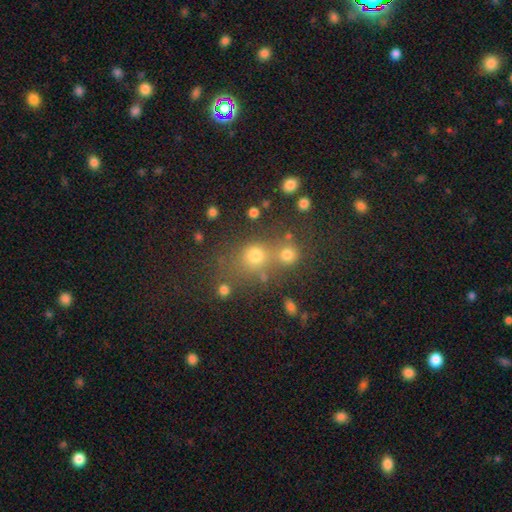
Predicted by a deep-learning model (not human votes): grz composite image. It shows a smooth galaxy with no disk features (68%) that is round (77%). Merging: none (52%).